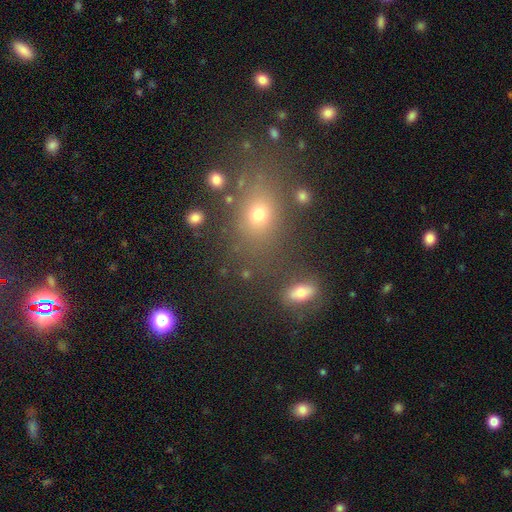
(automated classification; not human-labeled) Q: Smooth or featured?
A: smooth (55%); runner-up: star or artifact (31%)
Q: How rounded?
A: in between (56%); runner-up: round (41%)
Q: Merging?
A: none (75%); runner-up: minor disturbance (10%)